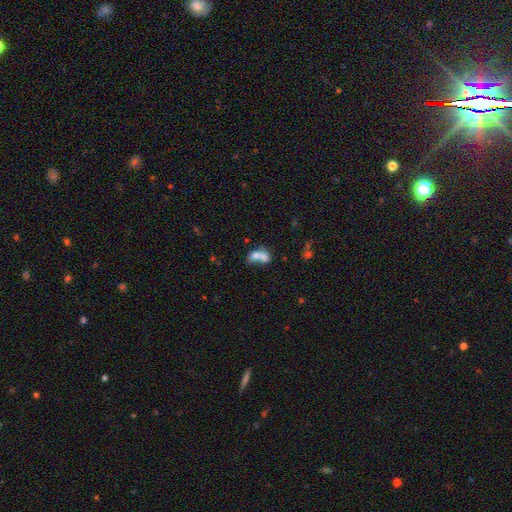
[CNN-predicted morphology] This is likely a smooth galaxy (68%). How rounded: likely in between (70%). Merging: likely merger (74%).